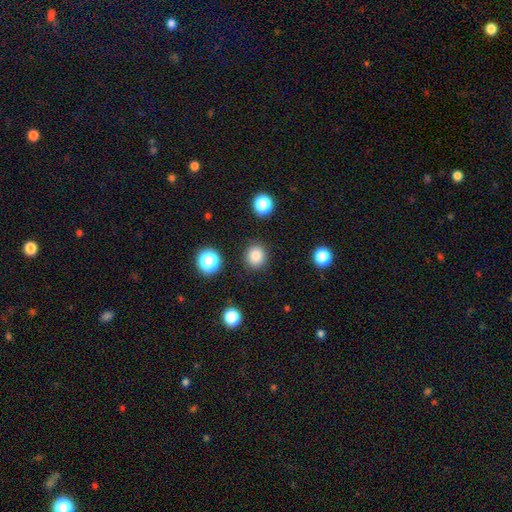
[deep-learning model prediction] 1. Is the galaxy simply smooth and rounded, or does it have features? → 84% smooth, 11% star or artifact, 4% featured or disk.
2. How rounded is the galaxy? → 81% round, 18% in between, 1% cigar-shaped.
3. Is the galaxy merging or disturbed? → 88% none, 7% minor disturbance, 3% major disturbance, 2% merger.